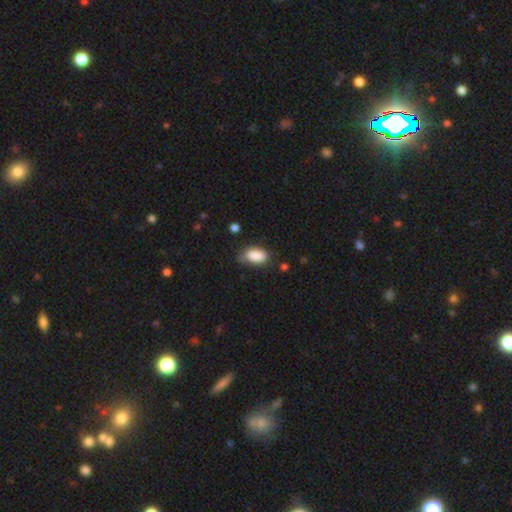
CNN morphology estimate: This appears to be a smooth galaxy with no disk features (88%) that is in between round and cigar-shaped (92%). Merging: none (67%).